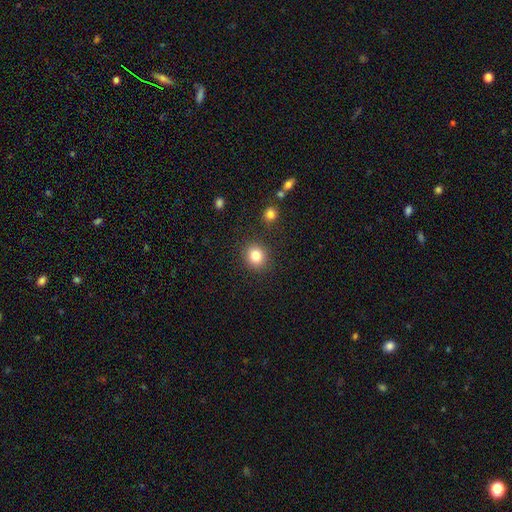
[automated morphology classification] Smooth or featured? smooth (83%)
How rounded? round (86%)
Merging? none (88%)